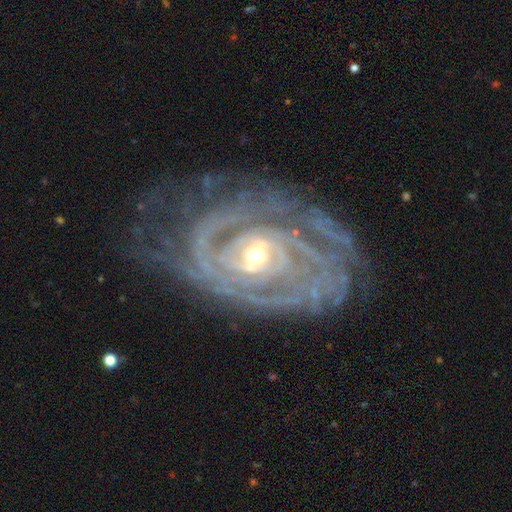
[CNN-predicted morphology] Overall: featured or disk (91%). Edge-on disk: no (96%). Bar: no (40%; weak 36%). Spiral arms: yes (96%). Spiral arm count: can't tell (26%; 2 24%). Spiral winding: tight (71%). Bulge size: moderate (56%; small 39%). Merging: none (64%).